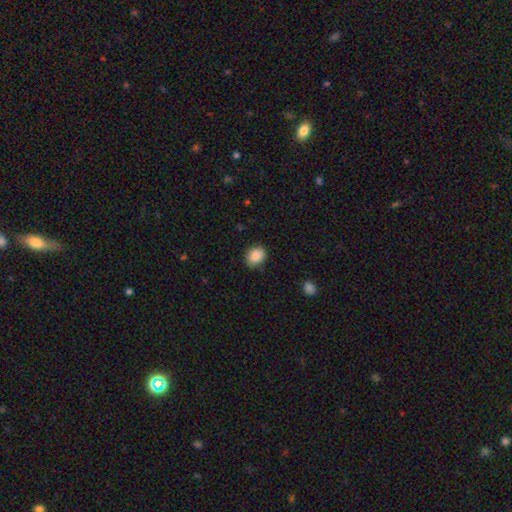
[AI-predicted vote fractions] Smooth or featured?
  - smooth: 89% *
  - star or artifact: 8%
  - featured or disk: 3%
How rounded?
  - in between: 50% *
  - round: 49%
  - cigar-shaped: 1%
Merging?
  - none: 82% *
  - minor disturbance: 14%
  - major disturbance: 3%
  - merger: 1%